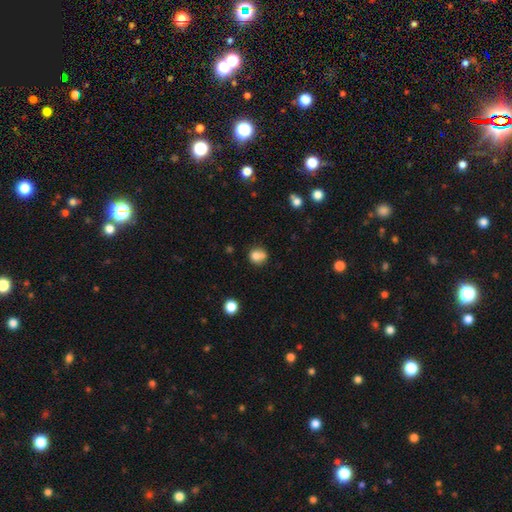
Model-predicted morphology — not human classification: smooth 76%, featured or disk 13%, star or artifact 11%. Down the decision tree: how rounded — round (77%); merging — none (44%).